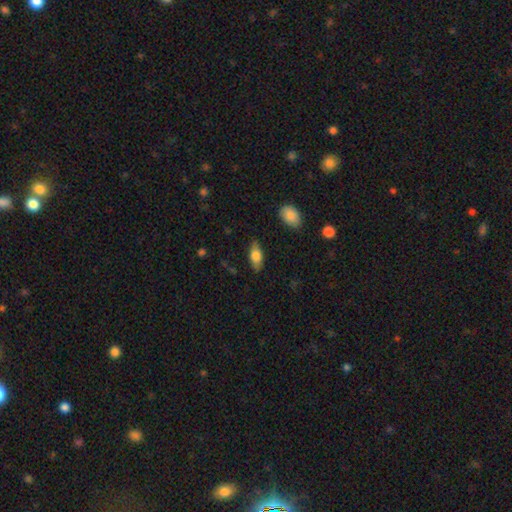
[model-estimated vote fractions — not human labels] Smooth or featured? smooth (71%)
How rounded? in between (81%)
Merging? none (83%)